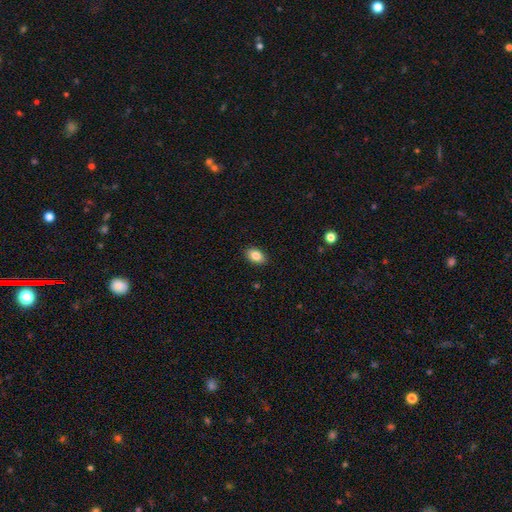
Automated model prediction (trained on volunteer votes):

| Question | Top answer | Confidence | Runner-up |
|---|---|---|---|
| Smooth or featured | smooth | 85% | star or artifact (8%) |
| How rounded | in between | 87% | round (12%) |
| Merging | none | 89% | minor disturbance (8%) |